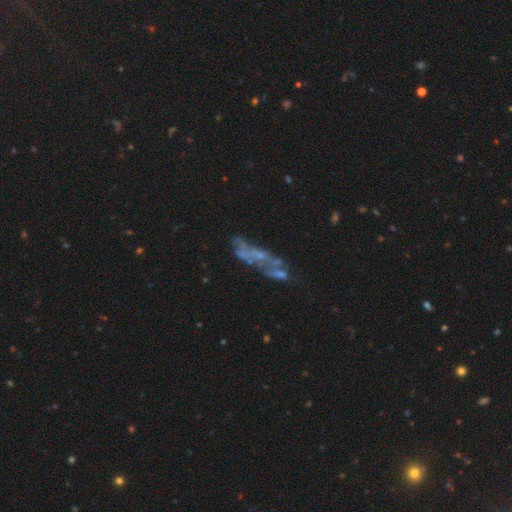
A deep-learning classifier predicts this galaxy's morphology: smooth-or-featured: featured or disk: 58% | smooth: 23% | star or artifact: 19%
  disk-edge-on: no: 77% | yes: 23%
  merging: none: 45% | merger: 20% | major disturbance: 19% | minor disturbance: 16%